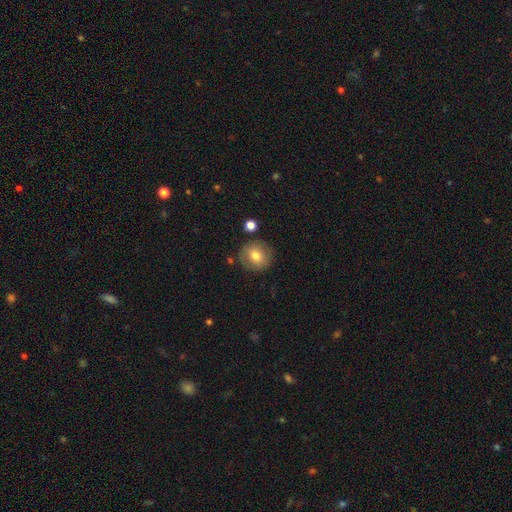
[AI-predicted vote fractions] Overall: smooth (76%). How rounded: round (89%). Merging: none (83%).